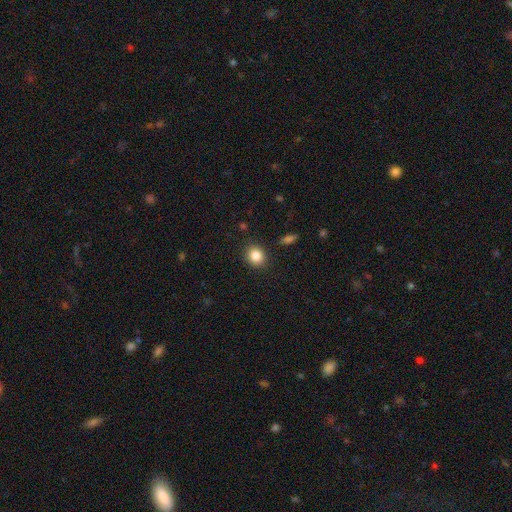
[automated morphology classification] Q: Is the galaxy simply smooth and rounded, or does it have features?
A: smooth — 85%.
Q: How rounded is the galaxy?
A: round — 73%.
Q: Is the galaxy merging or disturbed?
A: none — 89%.